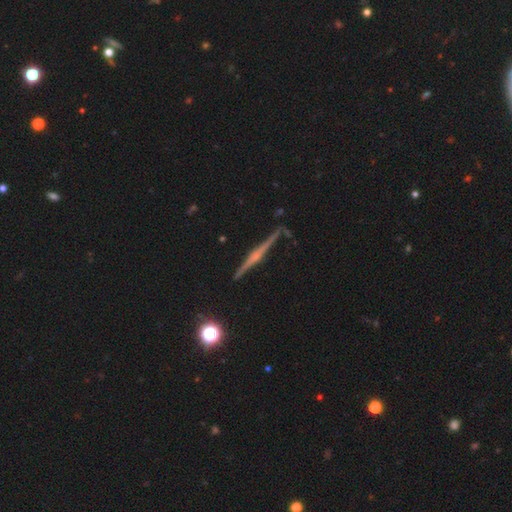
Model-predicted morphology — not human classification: Smooth or featured?
  - featured or disk: 80% *
  - smooth: 12%
  - star or artifact: 7%
Edge-on disk?
  - yes: 98% *
  - no: 2%
Edge-on bulge?
  - rounded: 67% *
  - none: 19%
  - boxy: 14%
Merging?
  - none: 85% *
  - minor disturbance: 10%
  - major disturbance: 2%
  - merger: 2%